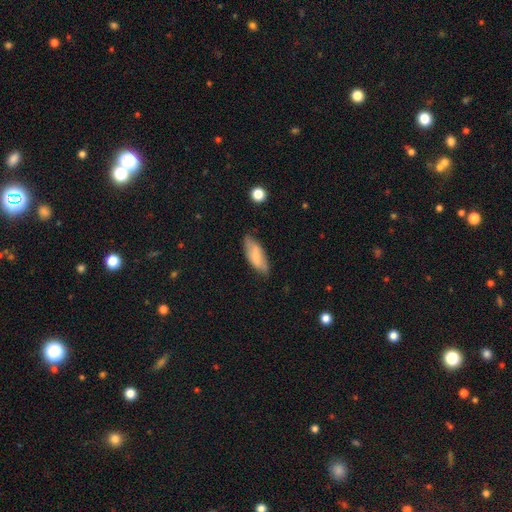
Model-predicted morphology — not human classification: Overall: smooth (65%; featured or disk 28%). How rounded: in between (76%). Merging: none (72%).